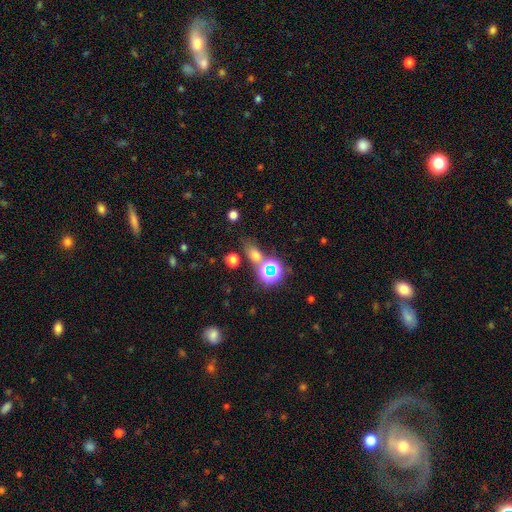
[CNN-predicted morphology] A smooth galaxy with no disk features (57%) that is in between round and cigar-shaped (61%). Merging: none (65%).